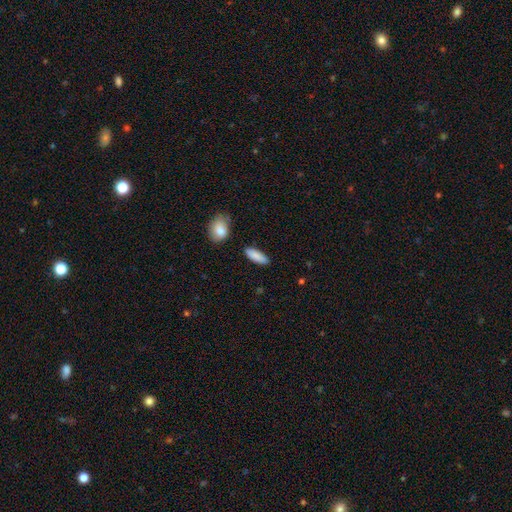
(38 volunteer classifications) smooth_or_featured: smooth (p=0.92) [alt: featured or disk p=0.05]
how_rounded: in between (p=0.66) [alt: cigar-shaped p=0.34]
merging: none (p=0.89) [alt: minor disturbance p=0.11]